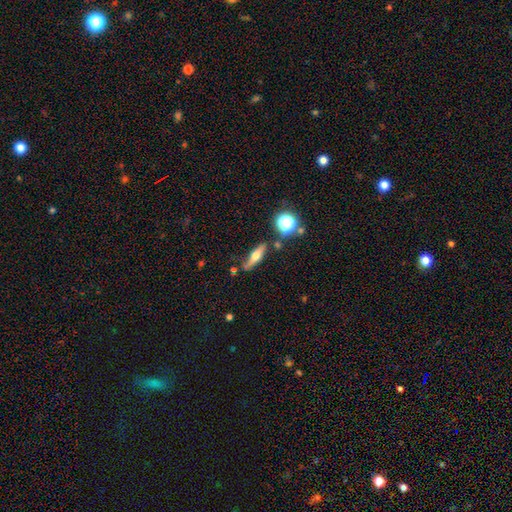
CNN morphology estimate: smooth-or-featured: featured or disk: 45% (tied) | smooth: 45% (tied) | star or artifact: 10%
  merging: none: 74% | minor disturbance: 15% | merger: 7% | major disturbance: 4%